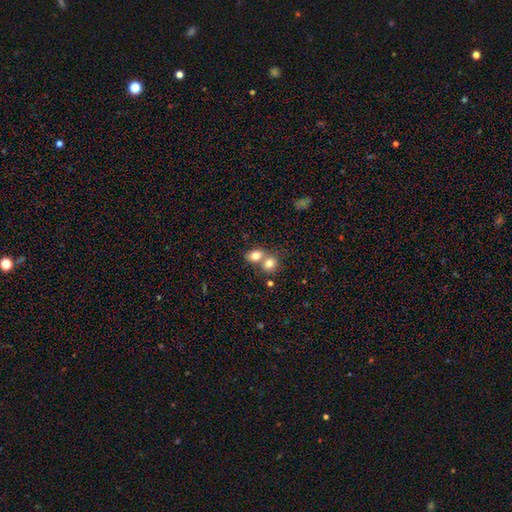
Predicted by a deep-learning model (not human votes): This appears to be a smooth galaxy with no disk features (79%) that is in between round and cigar-shaped (60%). Merging: merger (58%).